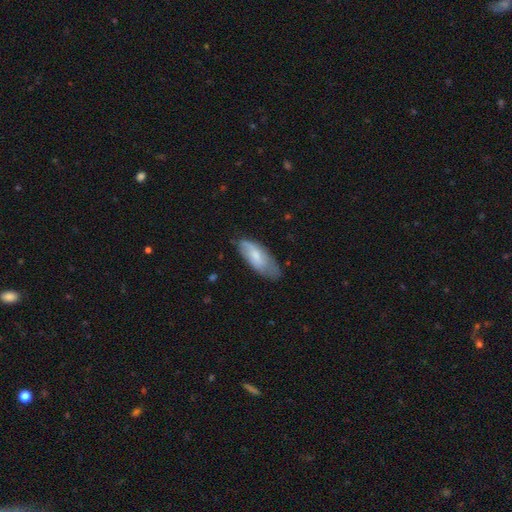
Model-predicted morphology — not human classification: Q: Smooth or featured?
A: smooth (67%); runner-up: featured or disk (27%)
Q: How rounded?
A: in between (79%); runner-up: cigar-shaped (19%)
Q: Merging?
A: none (60%); runner-up: minor disturbance (30%)